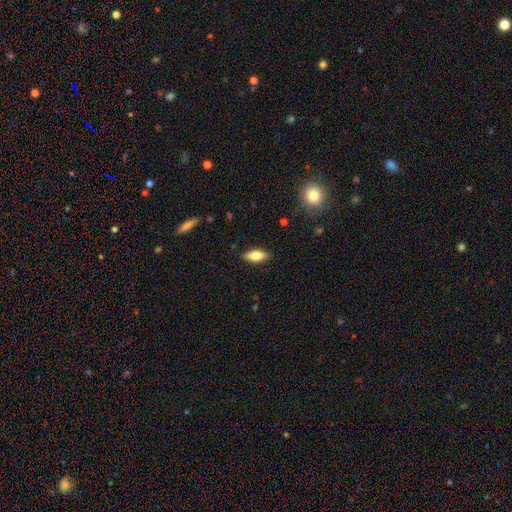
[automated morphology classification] Smooth or featured? Predicted: smooth (p=0.76). How rounded? Predicted: in between (p=0.80). Merging? Predicted: none (p=0.87).